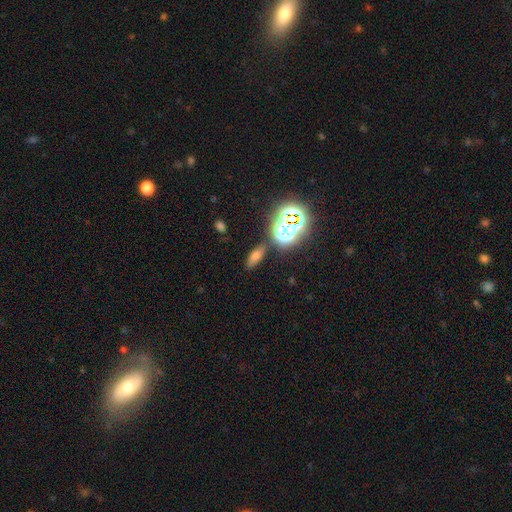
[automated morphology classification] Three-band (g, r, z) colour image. It shows a smooth galaxy with no disk features (55%) that is in between round and cigar-shaped (66%). Merging: none (80%).